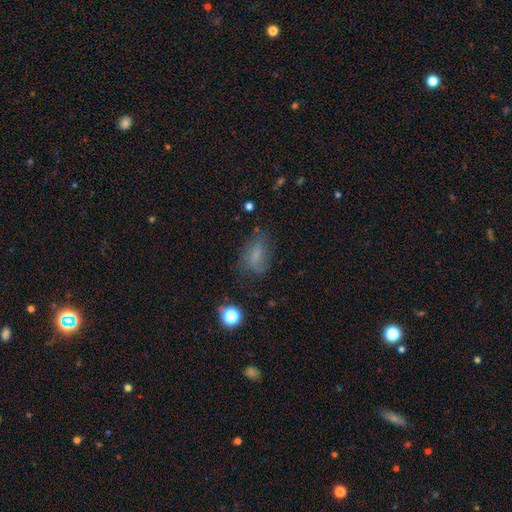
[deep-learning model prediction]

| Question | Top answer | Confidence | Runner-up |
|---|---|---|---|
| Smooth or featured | smooth | 65% | featured or disk (19%) |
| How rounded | in between | 79% | cigar-shaped (11%) |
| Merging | none | 57% | minor disturbance (26%) |